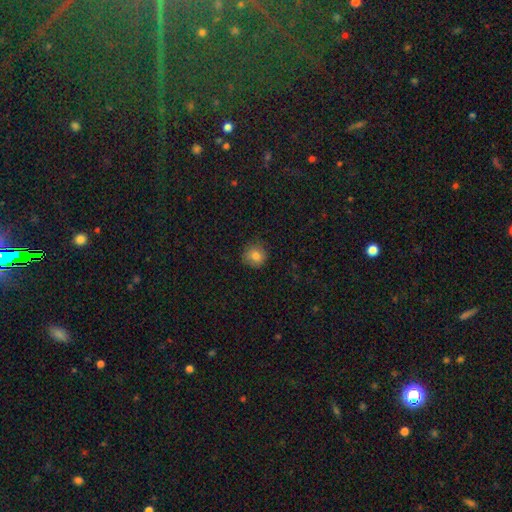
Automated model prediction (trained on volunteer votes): Smooth or featured? Predicted: smooth (p=0.82). How rounded? Predicted: round (p=0.90). Merging? Predicted: none (p=0.84).